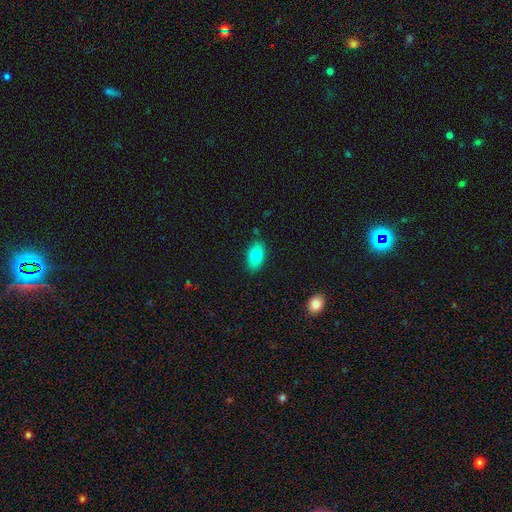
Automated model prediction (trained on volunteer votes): smooth 80%, featured or disk 13%, star or artifact 8%. Down the decision tree: how rounded — in between (90%); merging — none (86%).